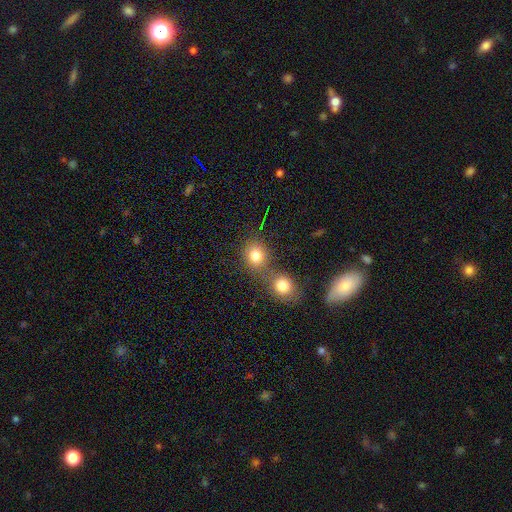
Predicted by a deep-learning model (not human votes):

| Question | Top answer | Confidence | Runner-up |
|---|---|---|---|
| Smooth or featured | smooth | 78% | star or artifact (14%) |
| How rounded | round | 78% | in between (21%) |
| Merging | none | 51% | merger (38%) |